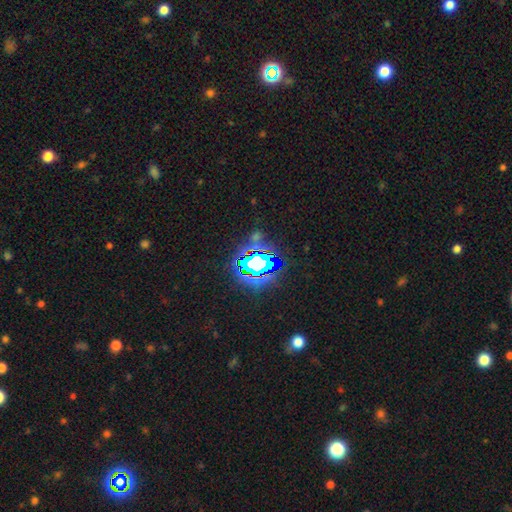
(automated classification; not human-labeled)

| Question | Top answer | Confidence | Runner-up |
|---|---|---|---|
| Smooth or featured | star or artifact | 71% | smooth (16%) |